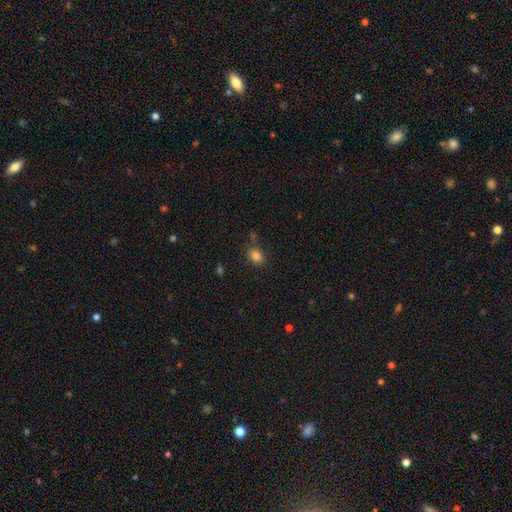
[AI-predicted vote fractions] Overall: smooth (84%). How rounded: in between (54%; round 45%). Merging: none (74%).